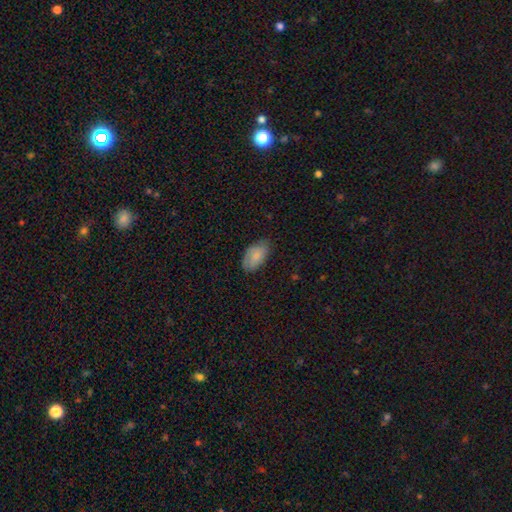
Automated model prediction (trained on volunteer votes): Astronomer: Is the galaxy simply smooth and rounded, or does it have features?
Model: smooth — 82%.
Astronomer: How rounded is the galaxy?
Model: in between — 94%.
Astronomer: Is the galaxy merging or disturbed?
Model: none — 73%.